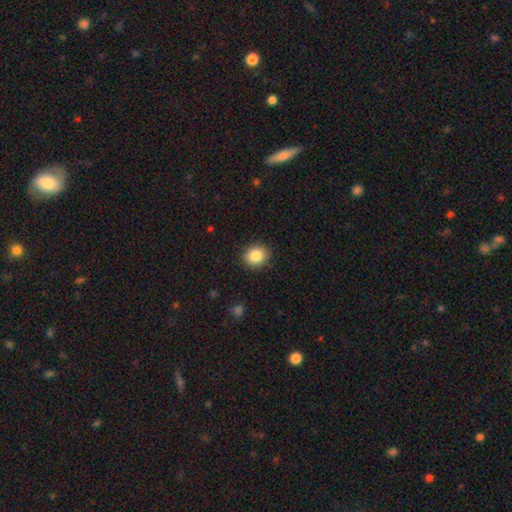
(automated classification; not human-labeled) smooth_or_featured: smooth (p=0.86) [alt: star or artifact p=0.09]
how_rounded: round (p=0.68) [alt: in between p=0.32]
merging: none (p=0.89) [alt: minor disturbance p=0.08]